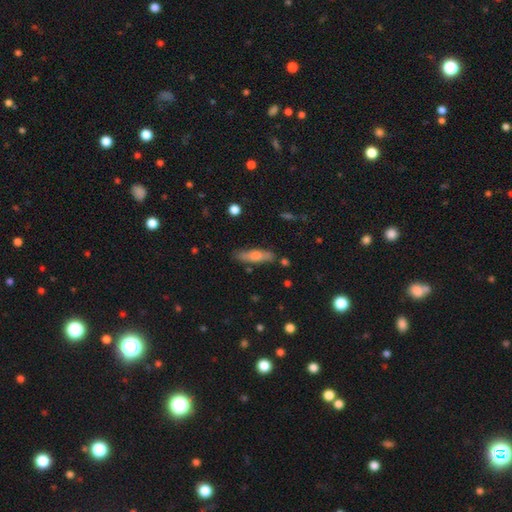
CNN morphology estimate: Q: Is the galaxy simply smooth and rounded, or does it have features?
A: smooth — 64%.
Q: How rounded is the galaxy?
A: cigar-shaped — 65%.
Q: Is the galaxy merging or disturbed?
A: none — 78%.